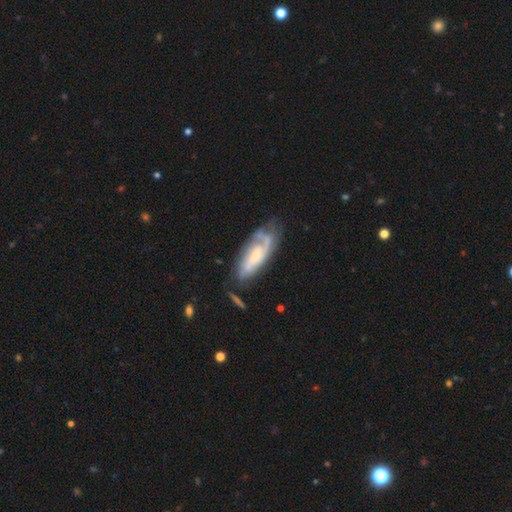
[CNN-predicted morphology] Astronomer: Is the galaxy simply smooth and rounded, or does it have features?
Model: featured or disk — 74%.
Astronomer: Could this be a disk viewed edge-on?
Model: no — 90%.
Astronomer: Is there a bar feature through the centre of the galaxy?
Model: no — 55% (runner-up: weak, 35%).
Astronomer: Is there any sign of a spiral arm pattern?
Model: yes — 91%.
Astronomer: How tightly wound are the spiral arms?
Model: tight — 44% (runner-up: medium, 39%).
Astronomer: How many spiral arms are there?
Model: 2 — 43% (runner-up: can't tell, 30%).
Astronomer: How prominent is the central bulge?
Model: small — 55%.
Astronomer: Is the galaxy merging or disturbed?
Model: none — 53%.